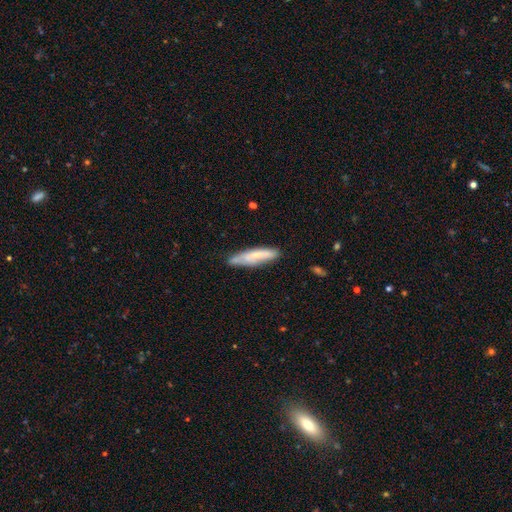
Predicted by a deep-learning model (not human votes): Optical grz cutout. It shows a smooth galaxy with no disk features (60%) that is cigar-shaped (80%). Merging: none (71%).